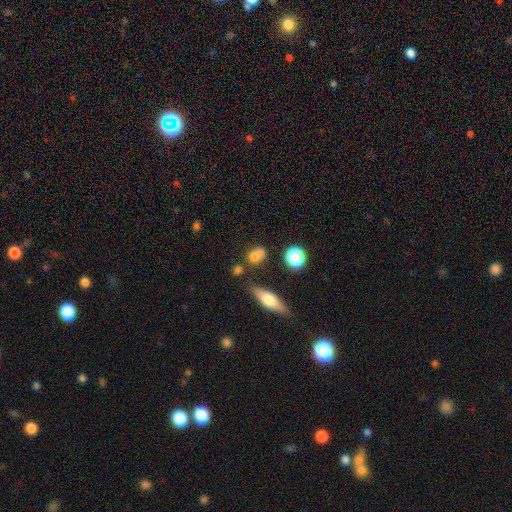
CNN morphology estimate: smooth-or-featured: smooth: 71% | star or artifact: 15% | featured or disk: 15%
  how-rounded: round: 54% | in between: 41% | cigar-shaped: 5%
  merging: none: 48% | merger: 31% | minor disturbance: 14% | major disturbance: 6%